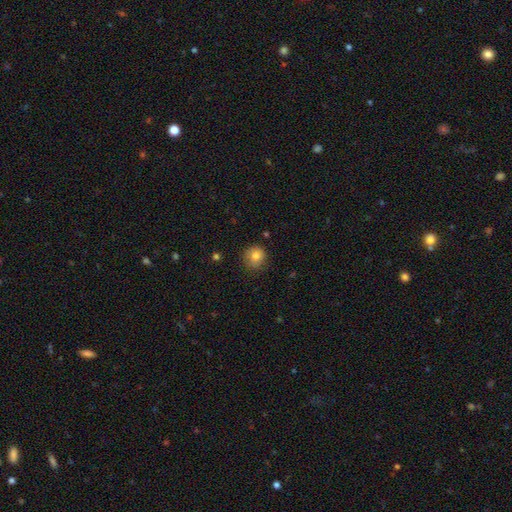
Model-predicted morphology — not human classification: The model was most divided on "merging": none: 80%, minor disturbance: 15%, major disturbance: 3%, merger: 1%. More confident: how rounded — round (88%); smooth or featured — smooth (81%).